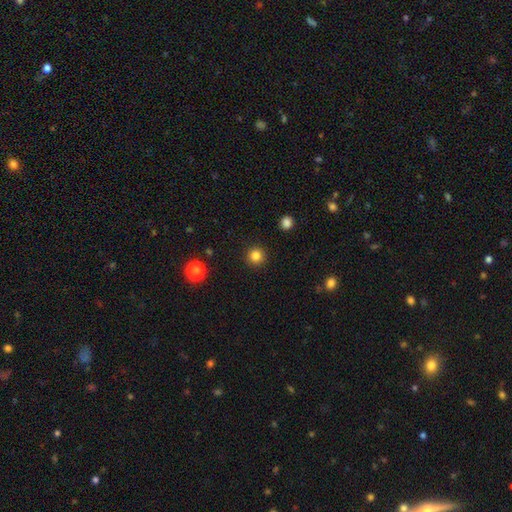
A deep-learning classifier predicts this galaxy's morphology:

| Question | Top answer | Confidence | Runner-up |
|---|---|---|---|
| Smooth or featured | smooth | 83% | star or artifact (13%) |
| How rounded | round | 95% | in between (4%) |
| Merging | none | 92% | minor disturbance (5%) |